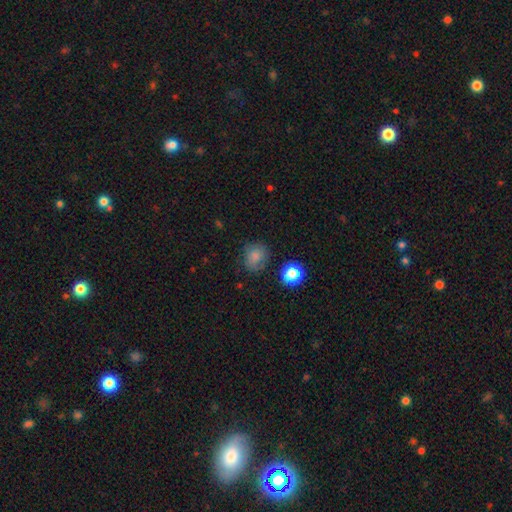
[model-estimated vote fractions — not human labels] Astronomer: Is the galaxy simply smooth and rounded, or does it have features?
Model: smooth — 76%.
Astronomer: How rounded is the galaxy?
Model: round — 70%.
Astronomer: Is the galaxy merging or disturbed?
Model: none — 72%.